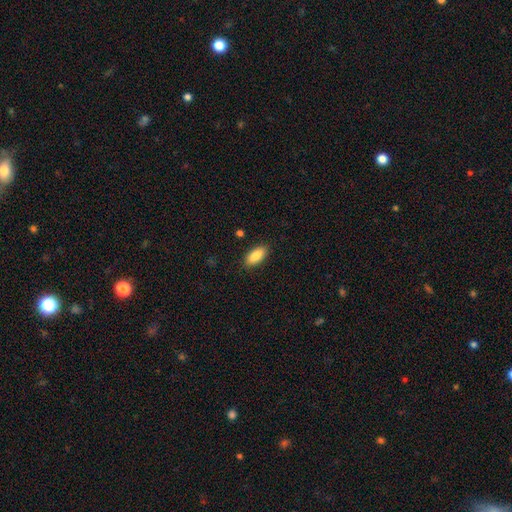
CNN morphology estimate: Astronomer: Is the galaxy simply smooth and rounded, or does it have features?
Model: smooth — 88%.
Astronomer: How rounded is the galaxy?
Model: in between — 88%.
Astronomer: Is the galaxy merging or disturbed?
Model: none — 88%.